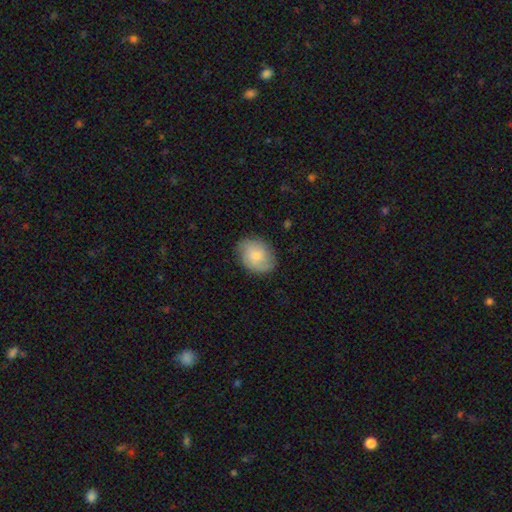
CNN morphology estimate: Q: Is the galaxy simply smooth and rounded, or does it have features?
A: smooth — 57%.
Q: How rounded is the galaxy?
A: in between — 62%.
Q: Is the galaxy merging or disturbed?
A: none — 79%.